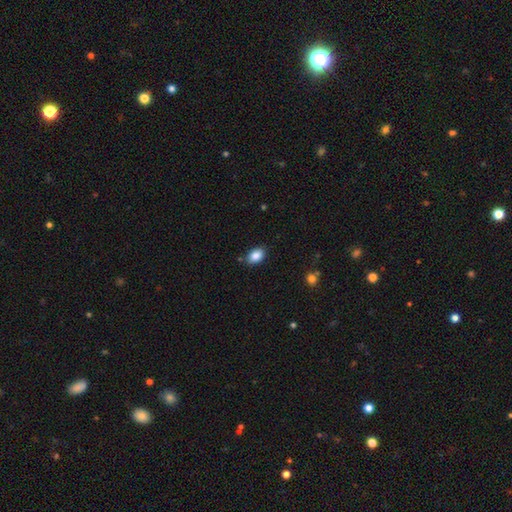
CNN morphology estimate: Smooth or featured?
  - smooth: 87% *
  - star or artifact: 8%
  - featured or disk: 5%
How rounded?
  - in between: 86% *
  - round: 13%
  - cigar-shaped: 1%
Merging?
  - none: 84% *
  - minor disturbance: 11%
  - major disturbance: 2%
  - merger: 2%